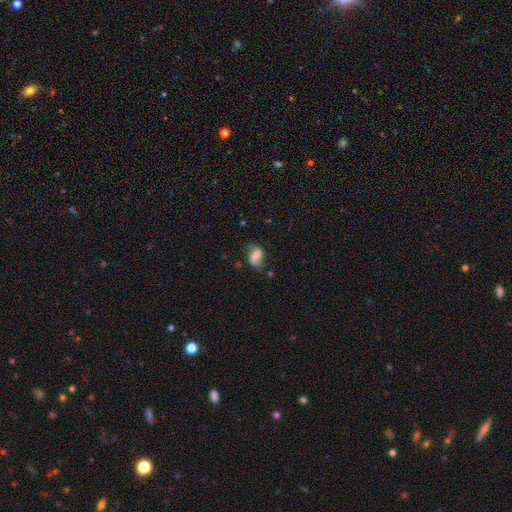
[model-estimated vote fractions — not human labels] Smooth or featured? smooth (47%)
Merging? none (44%)